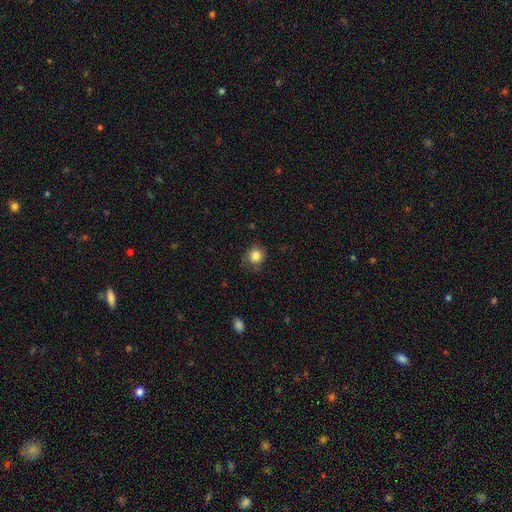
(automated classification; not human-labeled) This is clearly a smooth galaxy (84%). How rounded: clearly round (86%). Merging: likely none (75%).